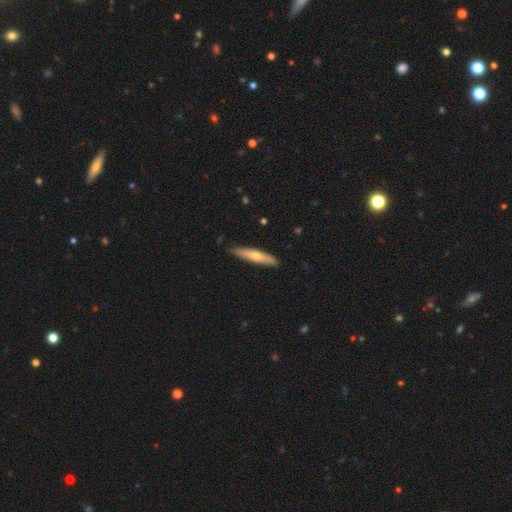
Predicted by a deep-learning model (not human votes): Smooth or featured?
  - smooth: 56% *
  - featured or disk: 39%
  - star or artifact: 6%
How rounded?
  - cigar-shaped: 88% *
  - in between: 10%
  - round: 1%
Merging?
  - none: 88% *
  - minor disturbance: 9%
  - major disturbance: 1%
  - merger: 1%